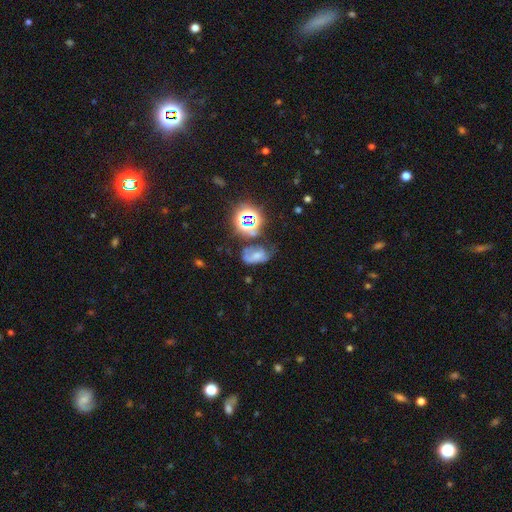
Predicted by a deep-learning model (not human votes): smooth-or-featured: smooth: 43% | featured or disk: 30% | star or artifact: 27%
  merging: none: 35% | minor disturbance: 31% | major disturbance: 24% | merger: 11%